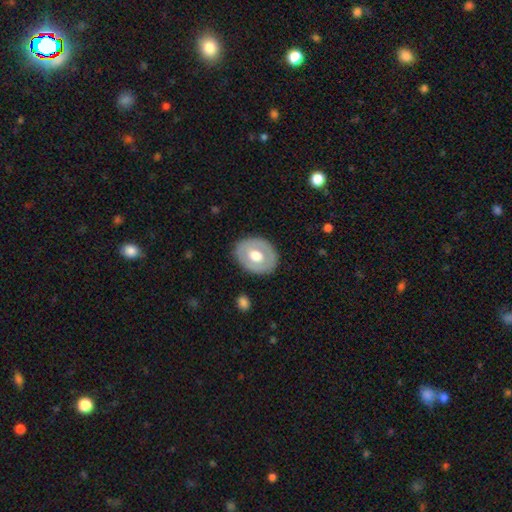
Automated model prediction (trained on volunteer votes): Smooth or featured?
  - smooth: 49% *
  - featured or disk: 46%
  - star or artifact: 5%
Merging?
  - none: 85% *
  - minor disturbance: 11%
  - major disturbance: 3%
  - merger: 1%